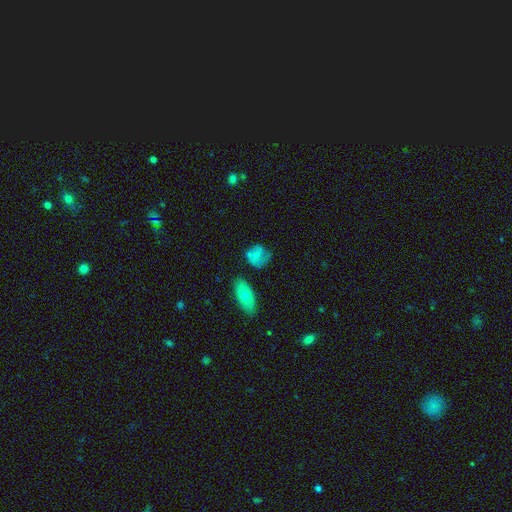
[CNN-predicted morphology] type=smooth (60%); roundness=round (62%); merging=none (48%).